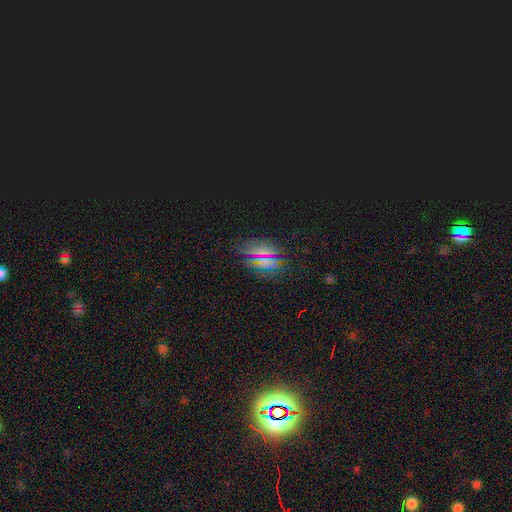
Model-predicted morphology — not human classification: smooth-or-featured: star or artifact: 56% | smooth: 33% | featured or disk: 11%